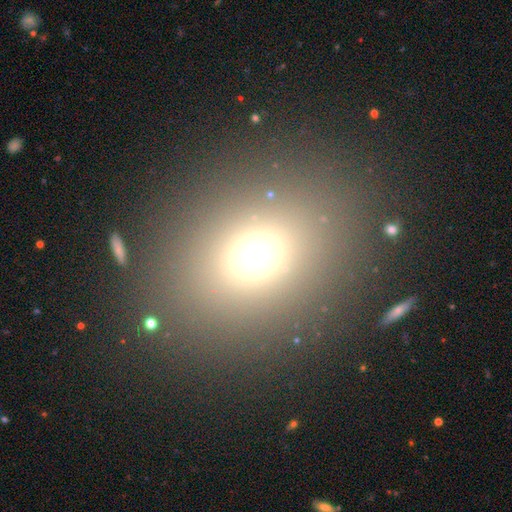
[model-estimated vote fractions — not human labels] smooth_or_featured: smooth (p=0.69) [alt: star or artifact p=0.21]
how_rounded: round (p=0.55) [alt: in between p=0.43]
merging: none (p=0.84) [alt: minor disturbance p=0.08]